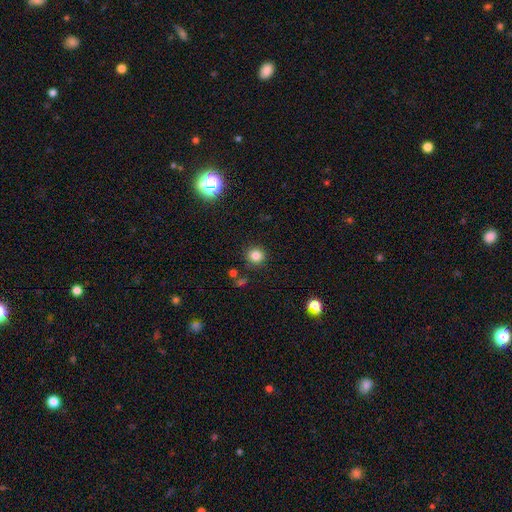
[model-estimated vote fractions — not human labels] Smooth or featured? smooth (82%)
How rounded? round (92%)
Merging? none (88%)